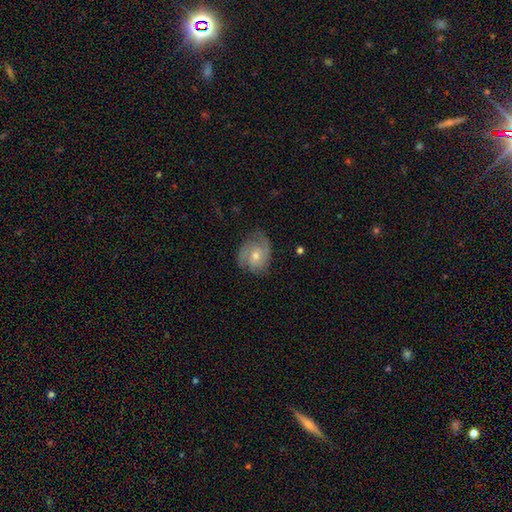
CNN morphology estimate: A featured or disk galaxy (70%) with no bar (71%), 2 (41%) tight (44%) spiral arms (91%) and a moderate central bulge (57%). Merging: none (70%).